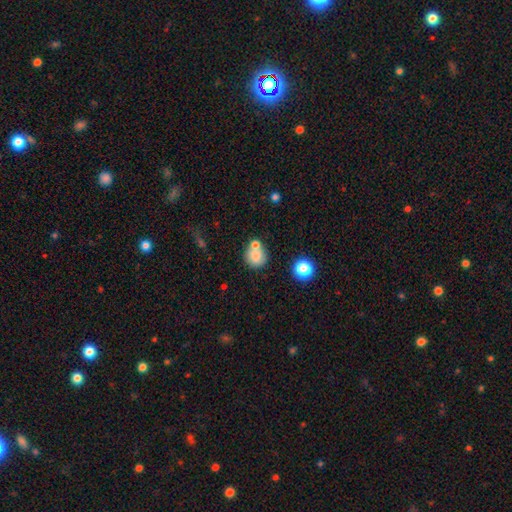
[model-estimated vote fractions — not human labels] Smooth or featured?
  - smooth: 77% *
  - featured or disk: 12%
  - star or artifact: 11%
How rounded?
  - round: 88% *
  - in between: 11%
  - cigar-shaped: 1%
Merging?
  - none: 58% *
  - merger: 27%
  - minor disturbance: 11%
  - major disturbance: 4%